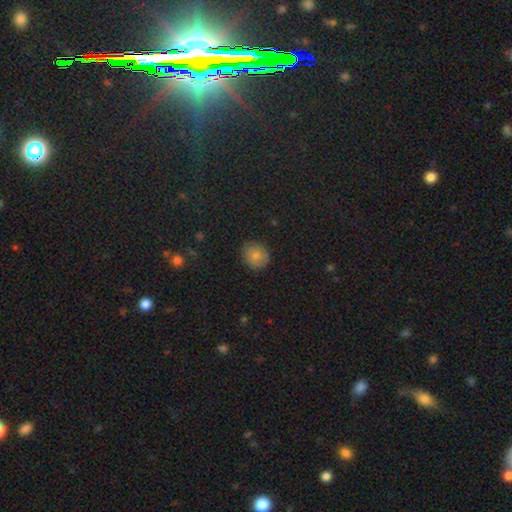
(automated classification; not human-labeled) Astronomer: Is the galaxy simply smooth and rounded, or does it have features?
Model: smooth — 81%.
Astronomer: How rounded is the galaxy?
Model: round — 87%.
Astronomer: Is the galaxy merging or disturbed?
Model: none — 88%.